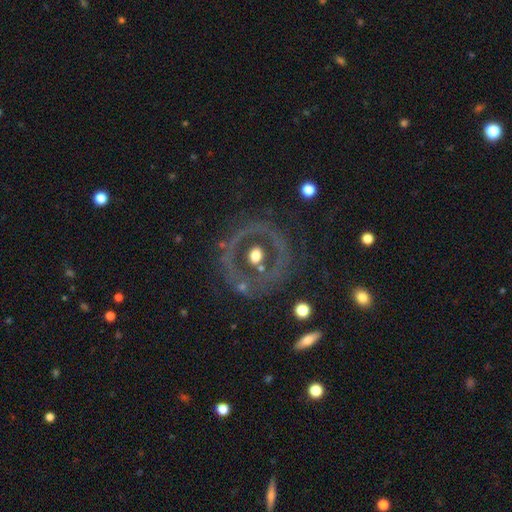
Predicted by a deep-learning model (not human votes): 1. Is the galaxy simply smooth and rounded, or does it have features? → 58% featured or disk, 32% smooth, 10% star or artifact.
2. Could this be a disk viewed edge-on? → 94% no, 6% yes.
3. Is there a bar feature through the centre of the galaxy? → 78% no, 14% weak, 8% strong.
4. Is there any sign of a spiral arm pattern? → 81% no, 19% yes.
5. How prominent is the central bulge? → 69% moderate, 20% large, 7% small, 2% dominant, 2% none.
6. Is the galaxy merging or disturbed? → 72% none, 14% minor disturbance, 10% major disturbance, 3% merger.